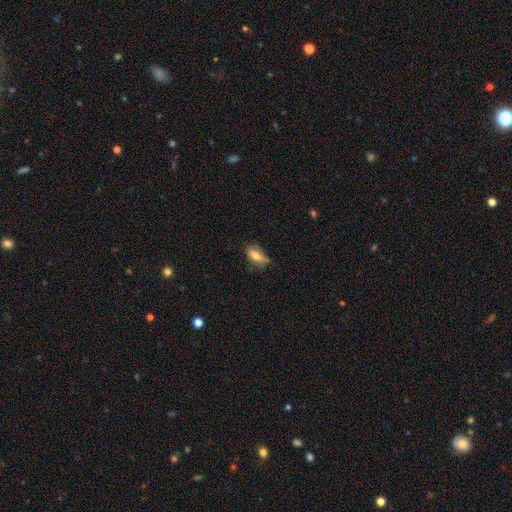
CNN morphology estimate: This appears to be a smooth galaxy with no disk features (64%) that is in between round and cigar-shaped (79%). Merging: none (57%).